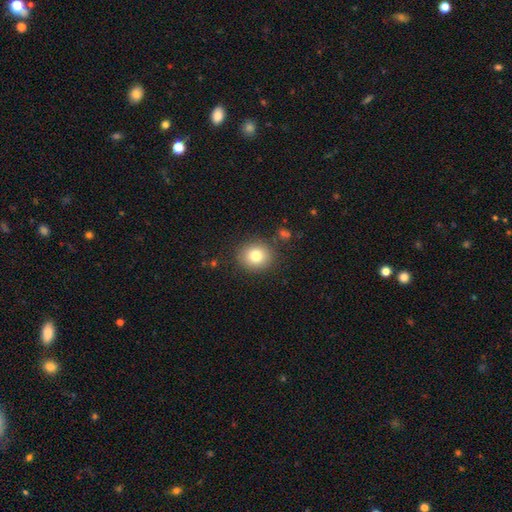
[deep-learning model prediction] Smooth or featured? Predicted: smooth (p=0.79). How rounded? Predicted: round (p=0.81). Merging? Predicted: none (p=0.86).